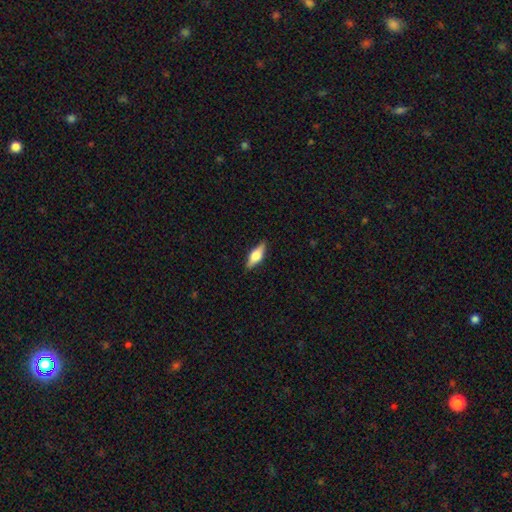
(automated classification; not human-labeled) A featured or disk galaxy (48%). Merging: none (88%).